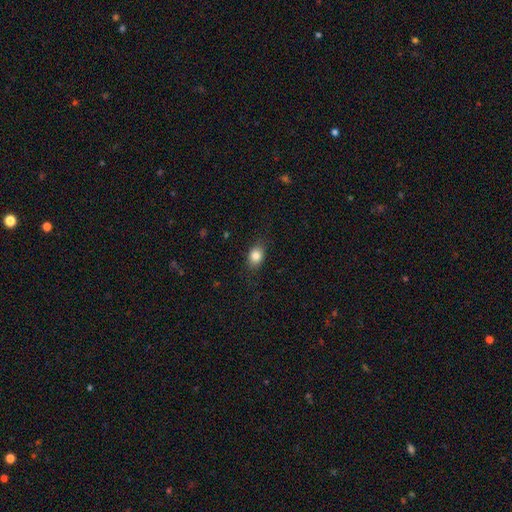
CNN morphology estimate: This is clearly a smooth galaxy (83%). How rounded: likely in between (65%). Merging: clearly none (81%).